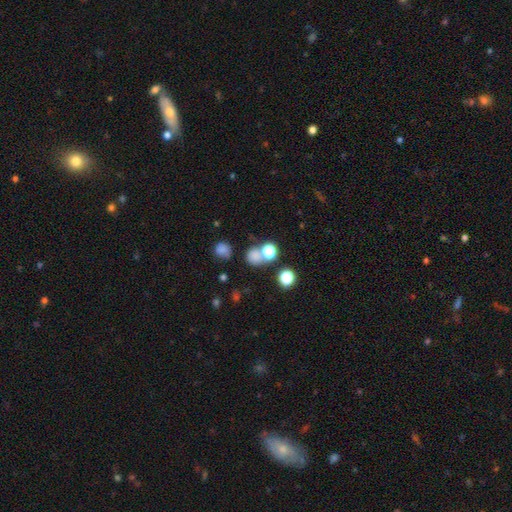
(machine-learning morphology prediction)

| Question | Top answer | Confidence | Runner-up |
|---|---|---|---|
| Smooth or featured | smooth | 69% | star or artifact (22%) |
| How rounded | round | 74% | in between (25%) |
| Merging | none | 50% | merger (33%) |